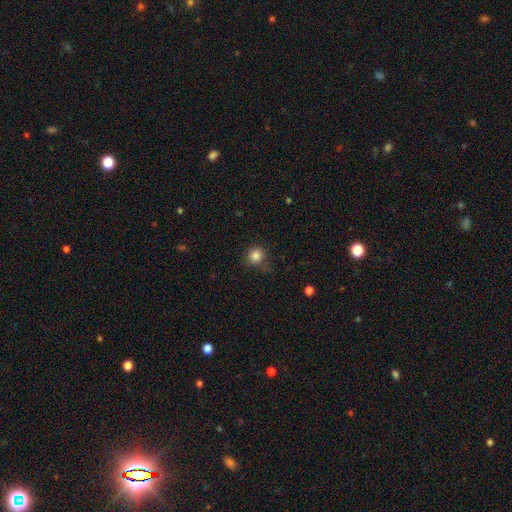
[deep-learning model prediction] This is clearly a smooth galaxy (84%). How rounded: clearly round (92%). Merging: likely none (76%).